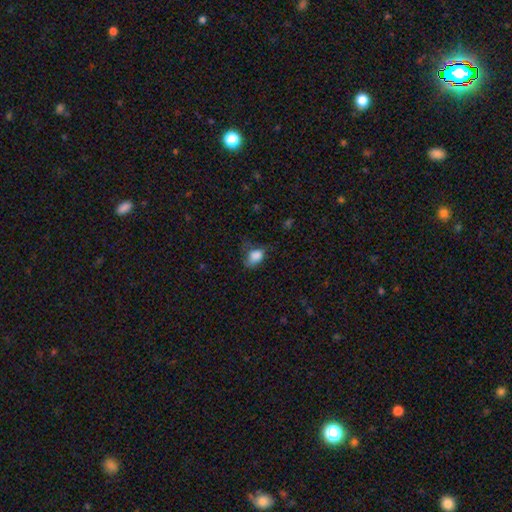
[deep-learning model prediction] Smooth or featured?
  - smooth: 81% *
  - star or artifact: 10%
  - featured or disk: 9%
How rounded?
  - in between: 81% *
  - round: 18%
  - cigar-shaped: 2%
Merging?
  - none: 36% *
  - minor disturbance: 34%
  - major disturbance: 26%
  - merger: 3%